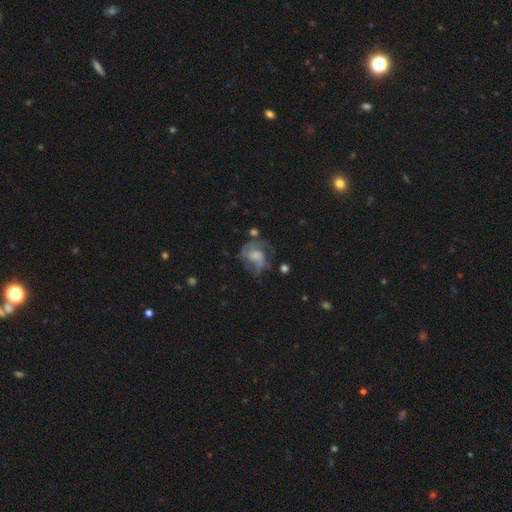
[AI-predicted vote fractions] Morphology: type=featured or disk (68%); edge-on=no (98%); bar=no (62%); spiral arms=yes (82%); winding=medium (48%); arm count=2 (42%); bulge=small (36%); merging=none (44%).